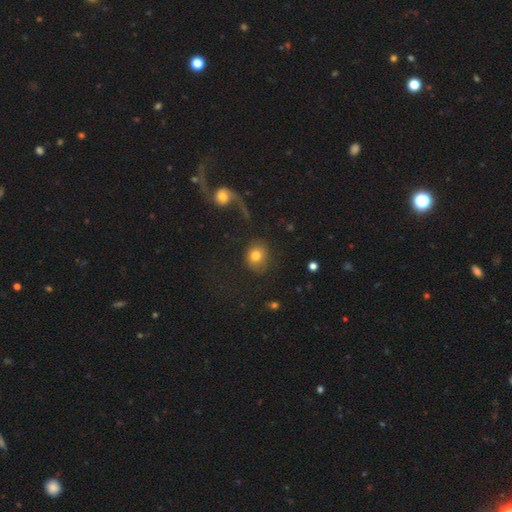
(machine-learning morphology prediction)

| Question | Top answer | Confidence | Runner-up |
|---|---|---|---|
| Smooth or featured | smooth | 74% | featured or disk (16%) |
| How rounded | round | 68% | in between (30%) |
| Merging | none | 70% | minor disturbance (13%) |